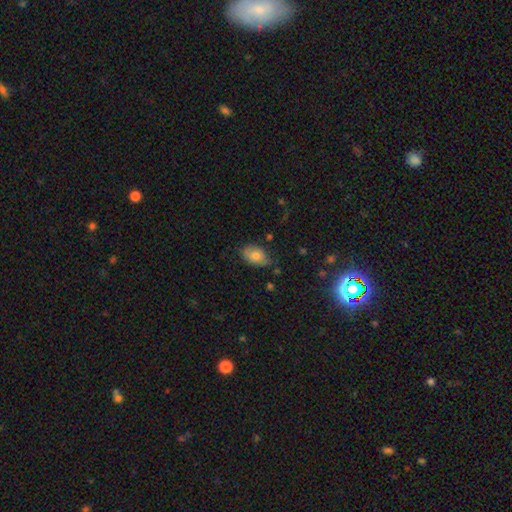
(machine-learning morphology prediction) smooth_or_featured: smooth (p=0.76) [alt: featured or disk p=0.16]
how_rounded: in between (p=0.87) [alt: round p=0.11]
merging: none (p=0.64) [alt: minor disturbance p=0.28]